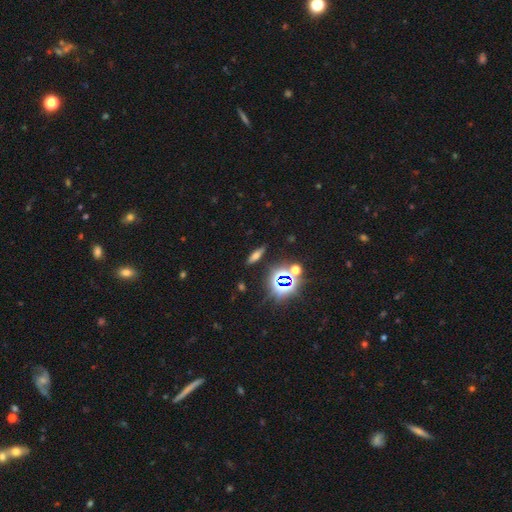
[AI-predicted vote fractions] Q: Smooth or featured?
A: smooth (47%); runner-up: star or artifact (29%)
Q: Merging?
A: none (86%); runner-up: minor disturbance (9%)